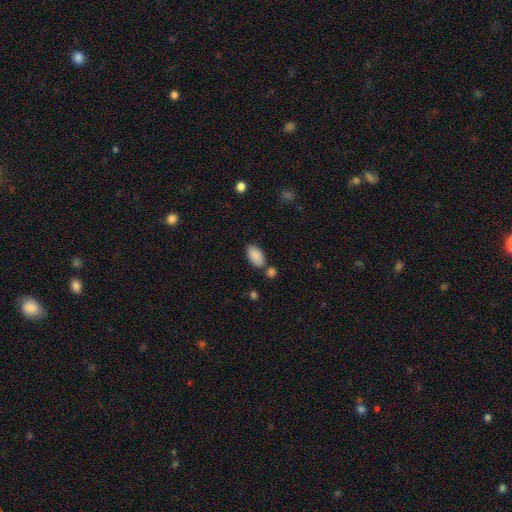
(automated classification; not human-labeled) Smooth or featured? Predicted: smooth (p=0.89). How rounded? Predicted: in between (p=0.95). Merging? Predicted: none (p=0.70).